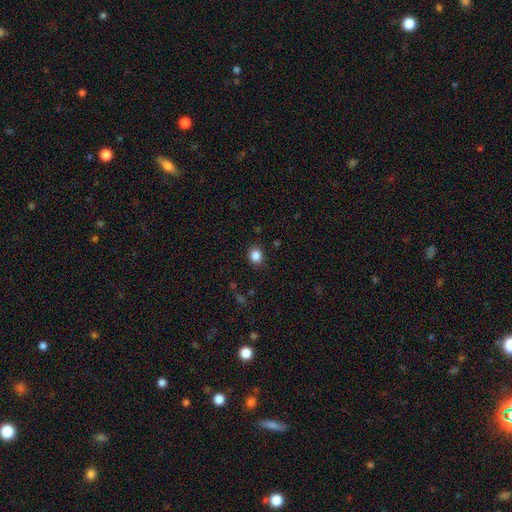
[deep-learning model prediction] Q: Smooth or featured?
A: smooth (85%); runner-up: star or artifact (11%)
Q: How rounded?
A: round (72%); runner-up: in between (27%)
Q: Merging?
A: none (89%); runner-up: minor disturbance (8%)